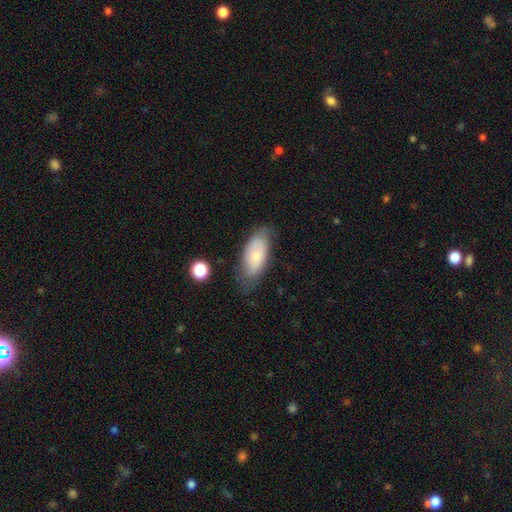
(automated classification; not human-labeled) Smooth or featured: smooth — 64% (featured or disk — 29%)
How rounded: in between — 87% (cigar-shaped — 10%)
Merging: none — 68% (minor disturbance — 24%)